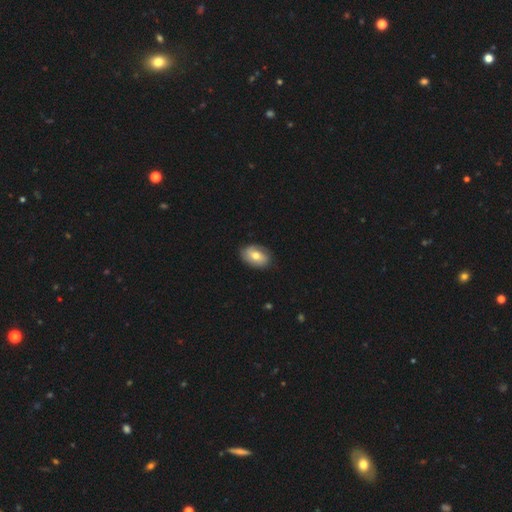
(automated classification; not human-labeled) smooth_or_featured: smooth (p=0.59) [alt: featured or disk p=0.34]
how_rounded: in between (p=0.82) [alt: round p=0.17]
merging: none (p=0.82) [alt: minor disturbance p=0.14]